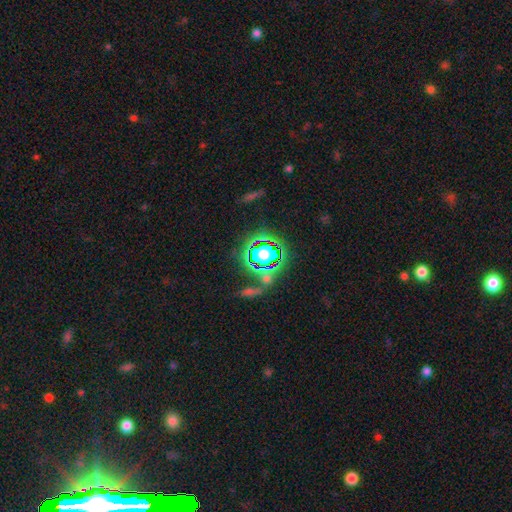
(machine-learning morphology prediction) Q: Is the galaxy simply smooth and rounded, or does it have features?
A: star or artifact — 77%.